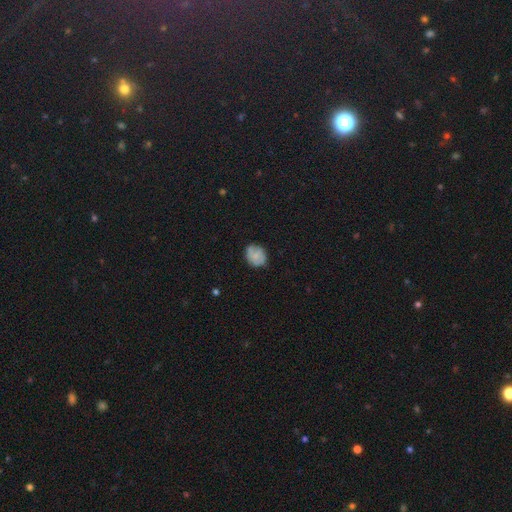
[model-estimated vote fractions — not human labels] Smooth or featured: smooth — 66% (featured or disk — 25%)
How rounded: round — 61% (in between — 38%)
Merging: none — 71% (minor disturbance — 22%)